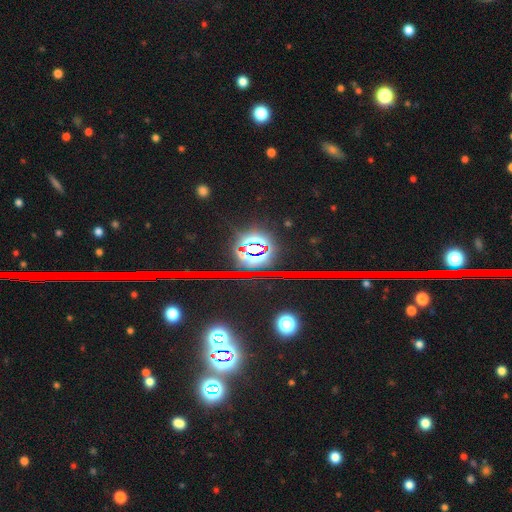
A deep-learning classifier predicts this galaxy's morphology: Smooth or featured: star or artifact — 74% (smooth — 14%)